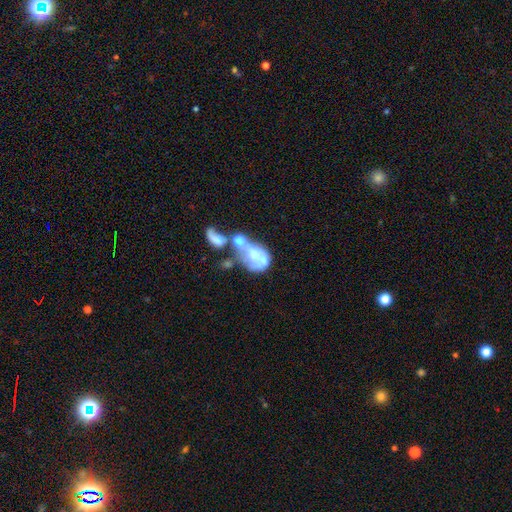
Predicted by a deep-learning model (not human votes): Q: Smooth or featured?
A: featured or disk (53%); runner-up: smooth (37%)
Q: Edge-on disk?
A: no (97%); runner-up: yes (3%)
Q: Bar?
A: no (89%); runner-up: weak (8%)
Q: Spiral arms?
A: no (88%); runner-up: yes (12%)
Q: Bulge size?
A: none (39%); runner-up: moderate (29%)
Q: Merging?
A: merger (65%); runner-up: major disturbance (19%)